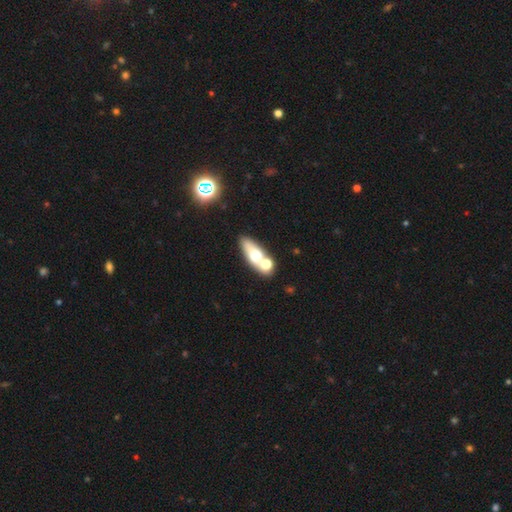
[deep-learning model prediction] smooth_or_featured: smooth (p=0.58) [alt: featured or disk p=0.32]
how_rounded: in between (p=0.64) [alt: cigar-shaped p=0.26]
merging: none (p=0.44) [alt: merger p=0.41]